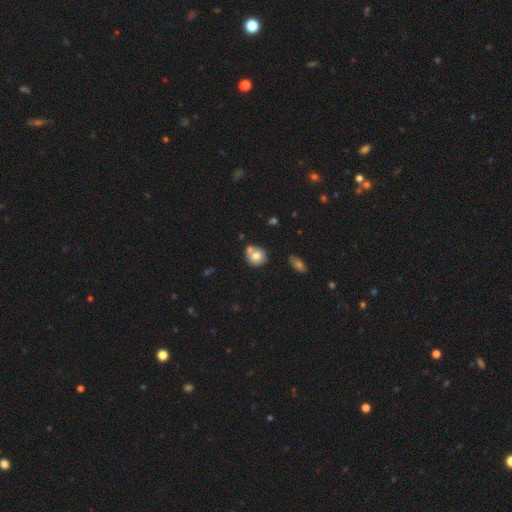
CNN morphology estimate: type=smooth (72%); roundness=round (80%); merging=none (53%).